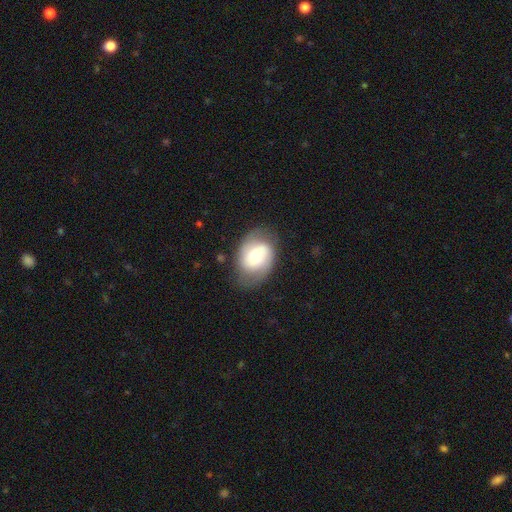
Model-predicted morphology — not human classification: The model was most divided on "bulge size": moderate: 38%, small: 32%, large: 20%, dominant: 5%, none: 4%. More confident: edge-on disk — no (97%); spiral arms — yes (84%); merging — none (69%); bar — no (60%); smooth or featured — featured or disk (54%).